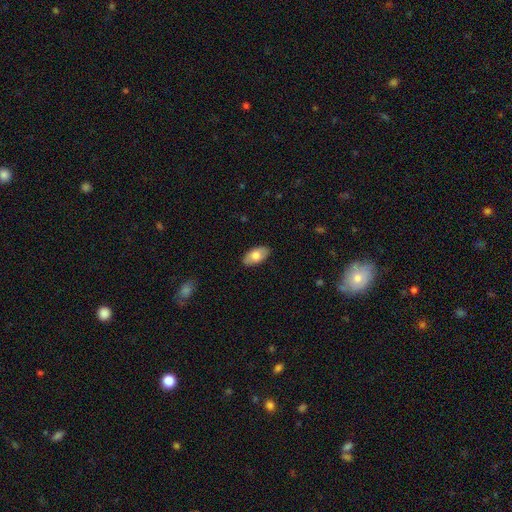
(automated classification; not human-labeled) This appears to be a smooth galaxy with no disk features (75%) that is in between round and cigar-shaped (95%). Merging: none (88%).